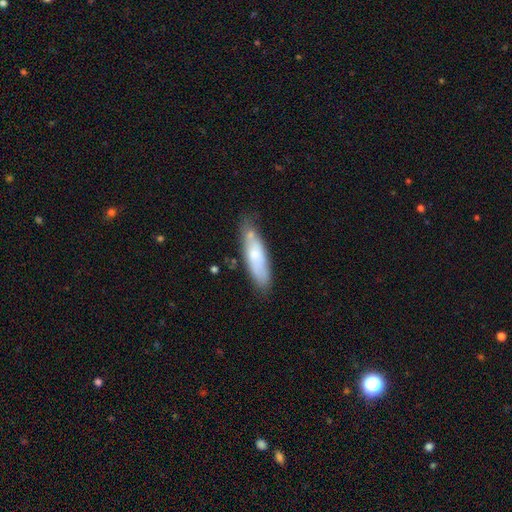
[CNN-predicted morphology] smooth-or-featured: smooth: 65% | featured or disk: 28% | star or artifact: 6%
  how-rounded: cigar-shaped: 64% | in between: 35% | round: 2%
  merging: none: 66% | minor disturbance: 22% | merger: 7% | major disturbance: 5%